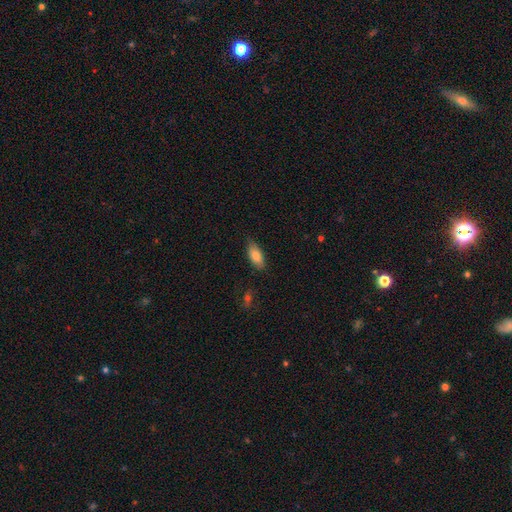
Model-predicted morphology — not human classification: Smooth or featured? smooth (81%)
How rounded? in between (84%)
Merging? none (82%)